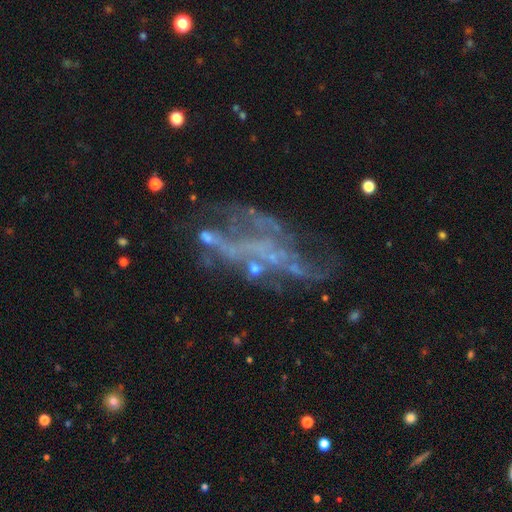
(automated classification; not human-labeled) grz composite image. It shows a featured or disk galaxy (69%) with no bar (77%), no spiral arms (69%) and no central bulge (76%). Merging: major disturbance (39%).